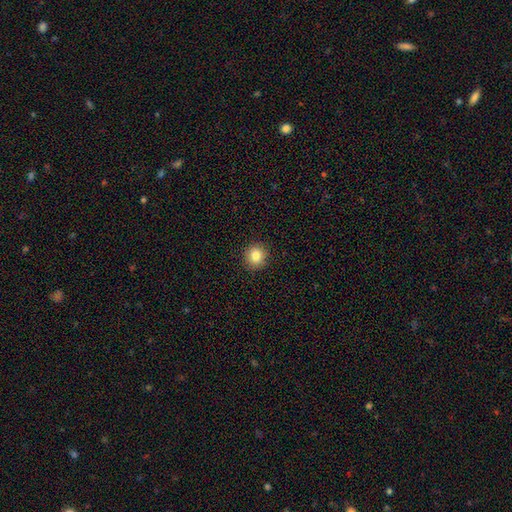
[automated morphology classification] Smooth or featured? smooth (84%)
How rounded? round (88%)
Merging? none (92%)